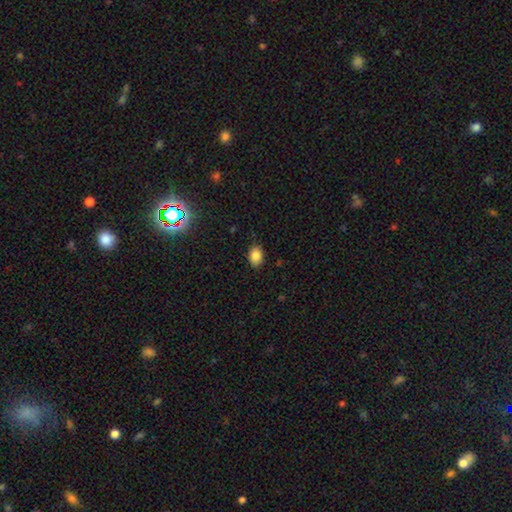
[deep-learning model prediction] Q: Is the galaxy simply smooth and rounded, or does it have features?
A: smooth — 85%.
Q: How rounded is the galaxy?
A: in between — 73%.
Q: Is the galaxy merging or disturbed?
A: none — 85%.